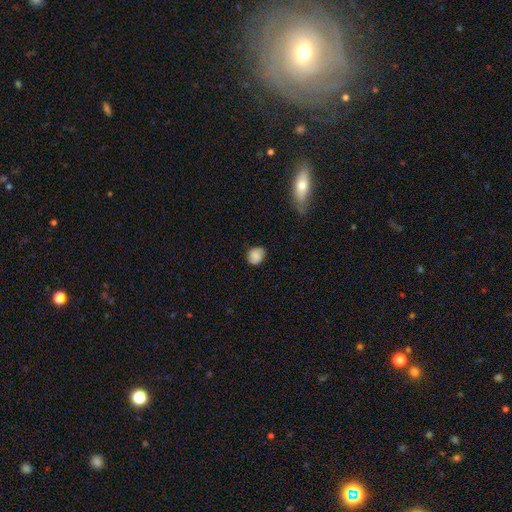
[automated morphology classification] Smooth or featured: smooth — 74% (featured or disk — 17%)
How rounded: round — 59% (in between — 40%)
Merging: none — 74% (minor disturbance — 20%)